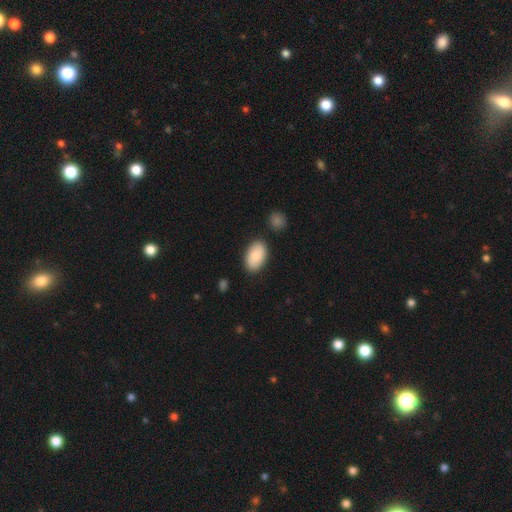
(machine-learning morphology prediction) The model was most divided on "smooth or featured": smooth: 83%, featured or disk: 11%, star or artifact: 6%. More confident: how rounded — in between (94%); merging — none (83%).